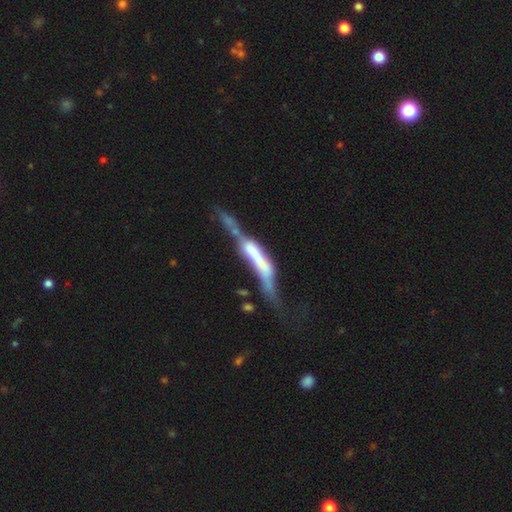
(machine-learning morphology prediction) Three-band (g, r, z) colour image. It shows a featured or disk galaxy (64%) viewed edge-on (71%). Merging: major disturbance (31%).